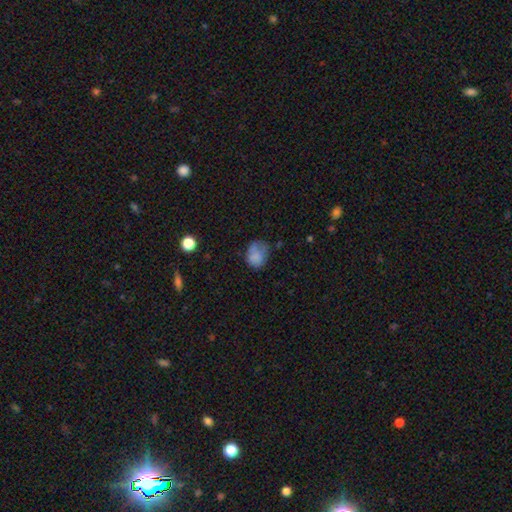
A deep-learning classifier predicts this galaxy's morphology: Smooth or featured: smooth — 73% (featured or disk — 16%)
How rounded: in between — 51% (round — 48%)
Merging: none — 41% (minor disturbance — 32%)